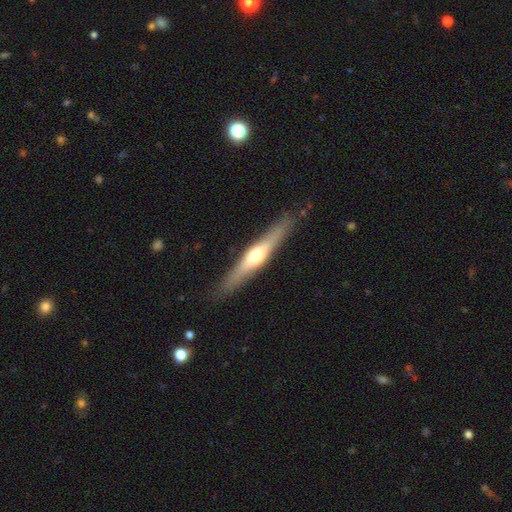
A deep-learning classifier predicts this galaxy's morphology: Smooth or featured? Predicted: featured or disk (p=0.62). Edge-on disk? Predicted: yes (p=0.94). Edge-on bulge? Predicted: rounded (p=0.89). Merging? Predicted: none (p=0.89).